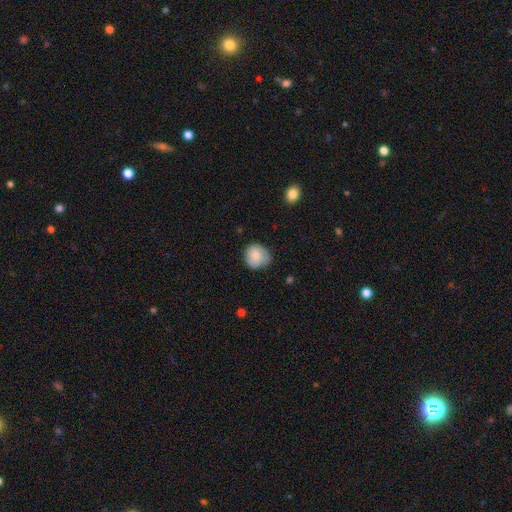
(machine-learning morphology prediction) The model was most divided on "merging": none: 63%, minor disturbance: 29%, major disturbance: 6%, merger: 1%. More confident: how rounded — round (84%); smooth or featured — smooth (72%).